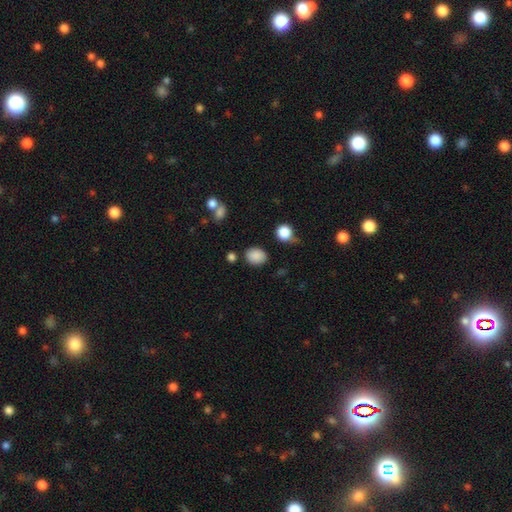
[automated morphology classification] Smooth or featured: smooth — 86% (star or artifact — 10%)
How rounded: in between — 50% (round — 49%)
Merging: none — 80% (minor disturbance — 12%)